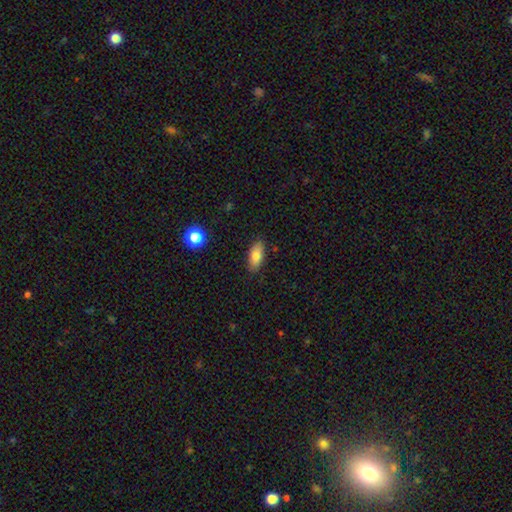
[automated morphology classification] The model was most divided on "merging": none: 85%, minor disturbance: 12%, major disturbance: 2%, merger: 1%. More confident: how rounded — in between (87%); smooth or featured — smooth (83%).